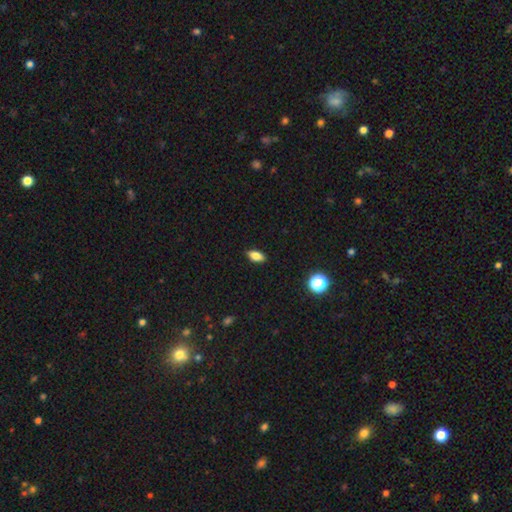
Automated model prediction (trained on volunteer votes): smooth_or_featured: smooth (p=0.81) [alt: star or artifact p=0.10]
how_rounded: in between (p=0.88) [alt: cigar-shaped p=0.07]
merging: none (p=0.88) [alt: minor disturbance p=0.09]